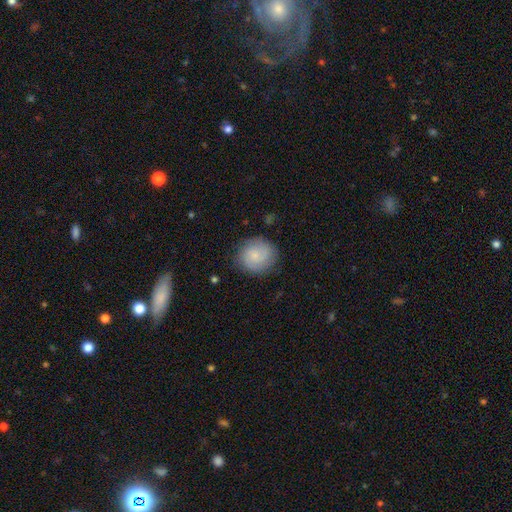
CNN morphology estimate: This appears to be a smooth galaxy with no disk features (60%) that is round (85%). Merging: none (82%).